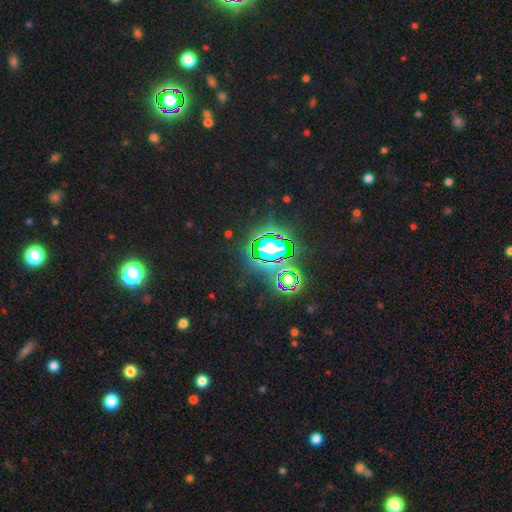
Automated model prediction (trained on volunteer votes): The model was most divided on "smooth or featured": star or artifact: 76%, smooth: 14%, featured or disk: 9%.